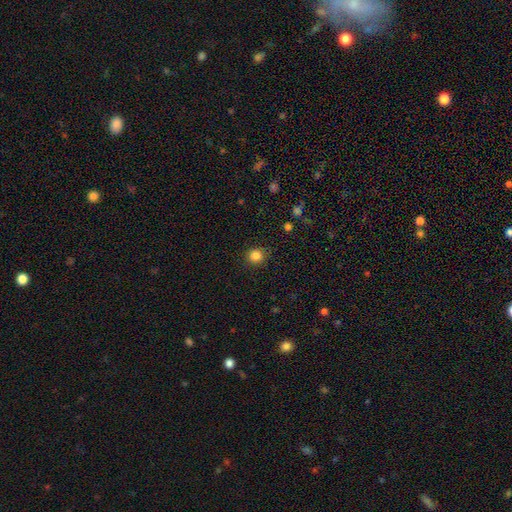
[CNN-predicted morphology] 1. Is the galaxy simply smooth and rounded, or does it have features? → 84% smooth, 12% star or artifact, 4% featured or disk.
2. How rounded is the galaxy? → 89% round, 10% in between, 1% cigar-shaped.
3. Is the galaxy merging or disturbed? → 89% none, 8% minor disturbance, 2% major disturbance, 1% merger.